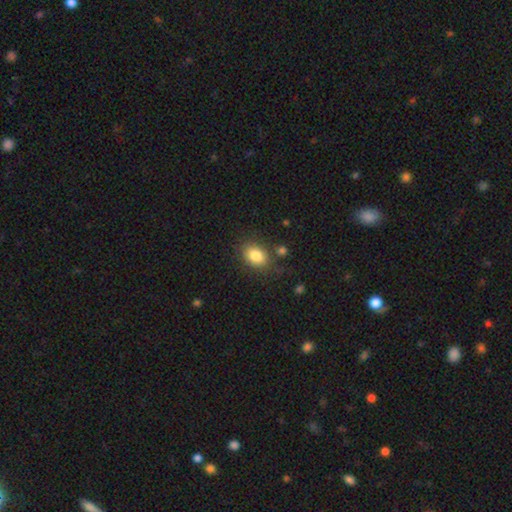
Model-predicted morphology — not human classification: Smooth or featured? Predicted: smooth (p=0.84). How rounded? Predicted: in between (p=0.75). Merging? Predicted: none (p=0.76).